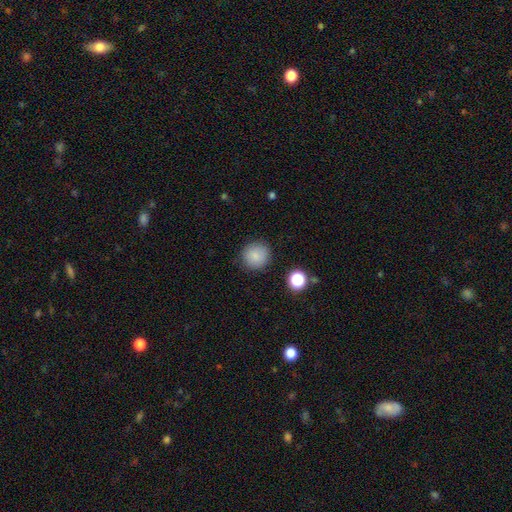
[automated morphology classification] Overall: smooth (85%). How rounded: round (93%). Merging: none (88%).